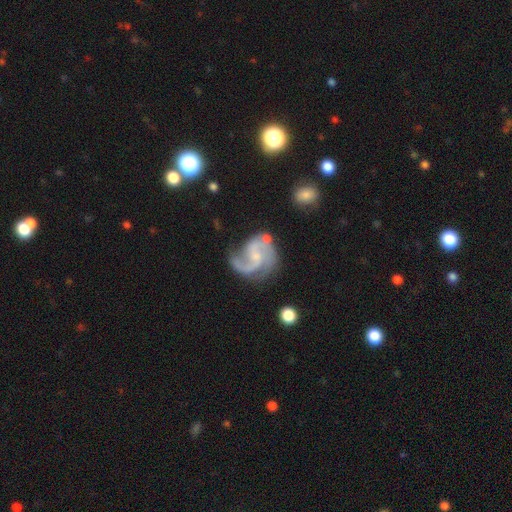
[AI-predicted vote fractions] Overall: featured or disk (89%). Edge-on disk: no (98%). Bar: no (49%; weak 42%). Spiral arms: yes (97%). Spiral arm count: 2 (75%). Spiral winding: medium (52%; loose 33%). Bulge size: small (59%; moderate 21%). Merging: none (57%; minor disturbance 22%).